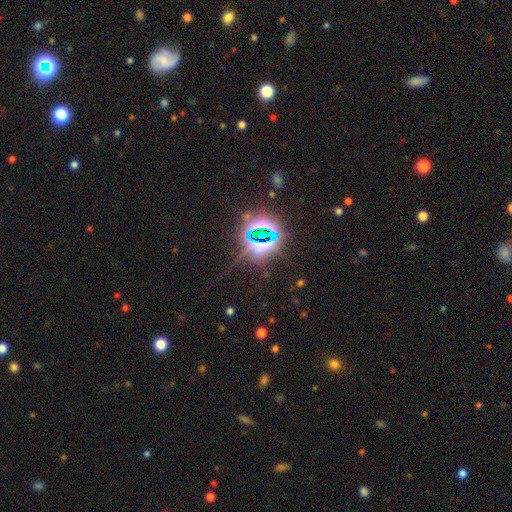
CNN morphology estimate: smooth_or_featured: star or artifact (p=0.80) [alt: smooth p=0.11]